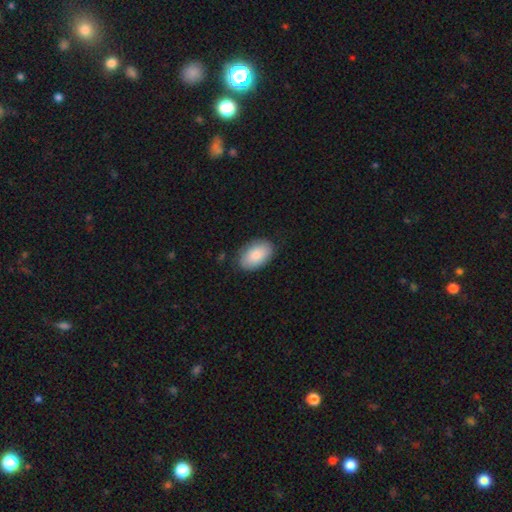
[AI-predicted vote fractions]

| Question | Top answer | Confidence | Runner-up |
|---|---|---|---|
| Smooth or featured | smooth | 87% | featured or disk (7%) |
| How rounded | in between | 91% | round (8%) |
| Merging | none | 82% | minor disturbance (13%) |